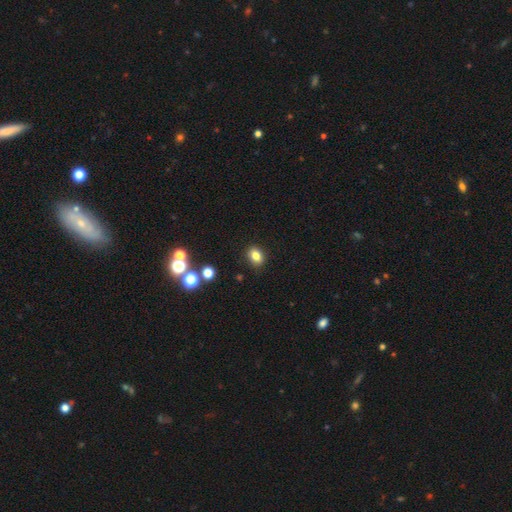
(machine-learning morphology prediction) Overall: smooth (80%). How rounded: in between (61%; round 38%). Merging: none (88%).